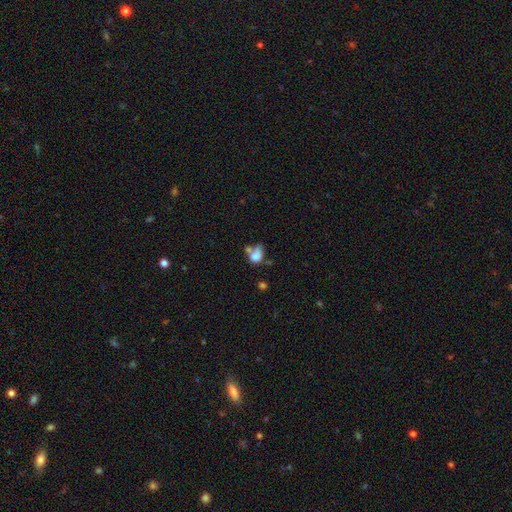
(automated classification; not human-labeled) A smooth galaxy with no disk features (72%) that is in between round and cigar-shaped (65%).

Vote fractions:
- Smooth or featured? smooth: 72% / featured or disk: 16% / star or artifact: 11%
- How rounded? in between: 65% / round: 33% / cigar-shaped: 2%
- Merging? merger: 44% / none: 23% / minor disturbance: 16% / major disturbance: 16%